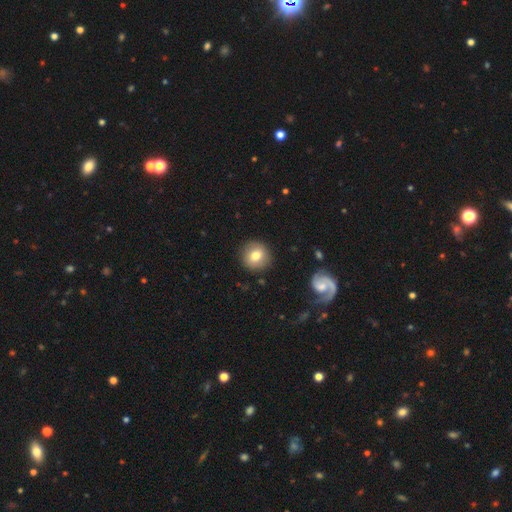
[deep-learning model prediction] Overall: smooth (75%). How rounded: round (92%). Merging: none (89%).